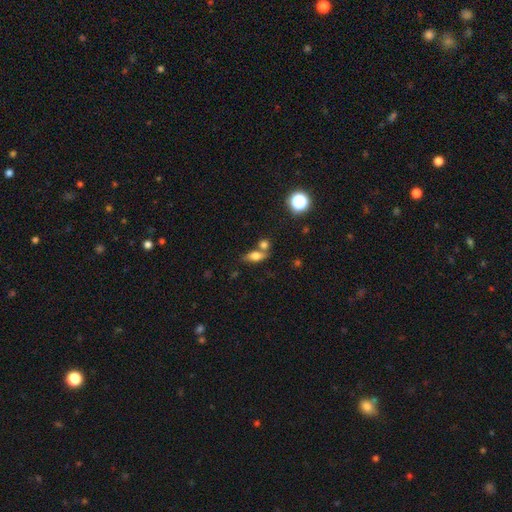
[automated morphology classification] type=smooth (67%); roundness=in between (69%); merging=none (51%).